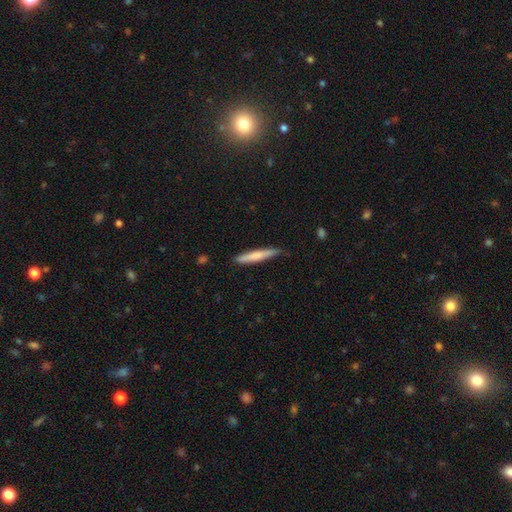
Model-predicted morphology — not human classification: smooth-or-featured: smooth: 68% | featured or disk: 27% | star or artifact: 5%
  how-rounded: cigar-shaped: 94% | in between: 5% | round: 1%
  merging: none: 83% | minor disturbance: 14% | major disturbance: 2% | merger: 1%